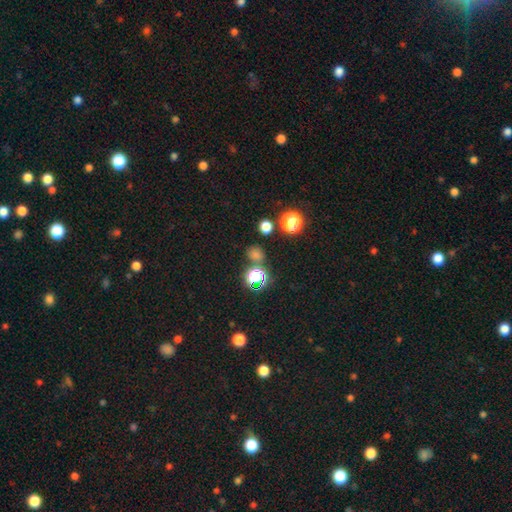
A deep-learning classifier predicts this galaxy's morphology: smooth_or_featured: star or artifact (p=0.54) [alt: smooth p=0.39]